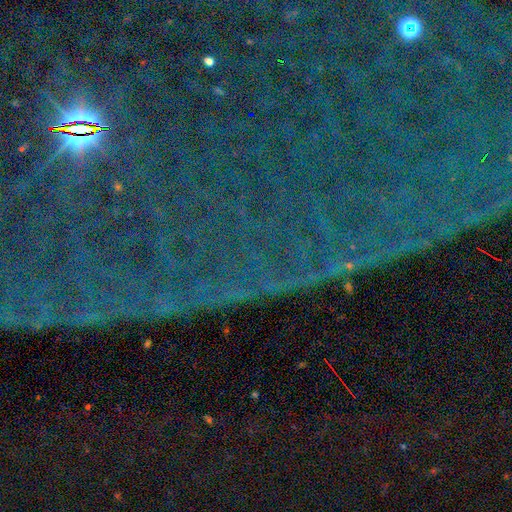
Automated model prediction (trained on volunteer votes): smooth_or_featured: star or artifact (p=0.84) [alt: featured or disk p=0.09]